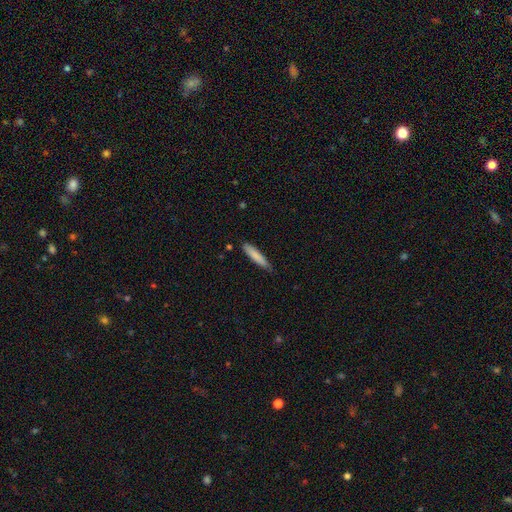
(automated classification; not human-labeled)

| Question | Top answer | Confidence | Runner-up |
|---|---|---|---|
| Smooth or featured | smooth | 82% | featured or disk (12%) |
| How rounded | cigar-shaped | 88% | in between (11%) |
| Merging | none | 79% | minor disturbance (17%) |